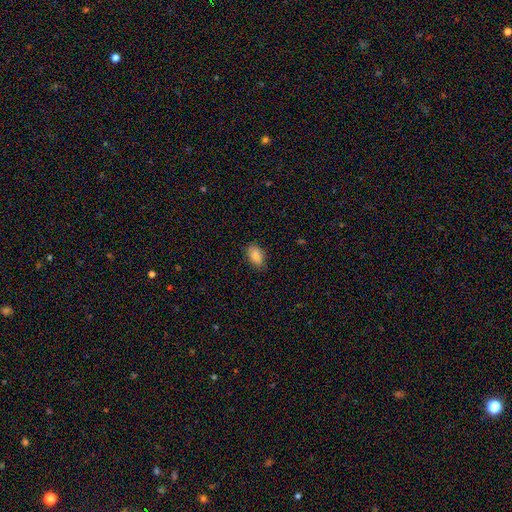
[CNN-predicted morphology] smooth 87%, star or artifact 8%, featured or disk 5%. Down the decision tree: how rounded — in between (91%); merging — none (80%).